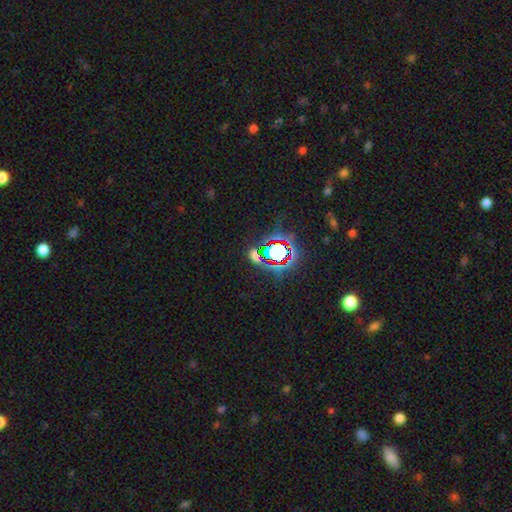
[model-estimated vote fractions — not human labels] A star or artifact, not a galaxy (67%).

Vote fractions:
- Smooth or featured? star or artifact: 67% / smooth: 23% / featured or disk: 10%